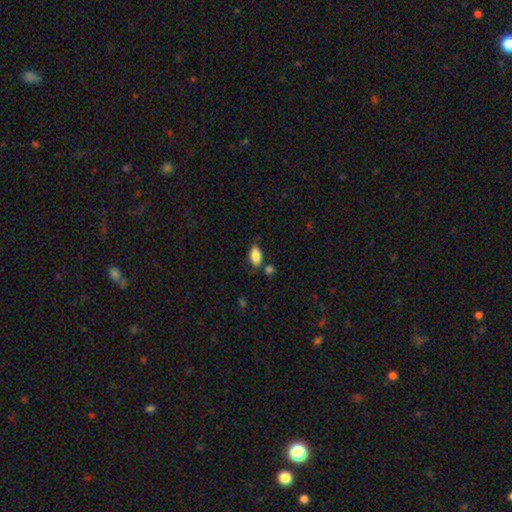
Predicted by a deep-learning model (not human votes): Morphology: type=smooth (85%); roundness=in between (91%); merging=none (72%).